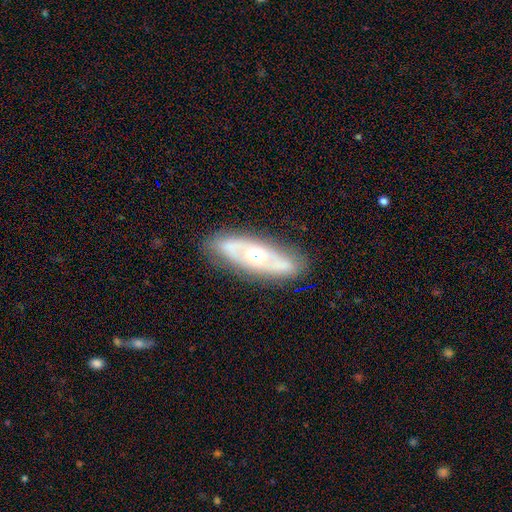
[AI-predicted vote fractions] smooth-or-featured: featured or disk: 69% | smooth: 25% | star or artifact: 6%
  disk-edge-on: no: 78% | yes: 22%
    bar: no: 82% | weak: 13% | strong: 5%
    has-spiral-arms: no: 63% | yes: 37%
    bulge-size: moderate: 66% | large: 21% | small: 9% | dominant: 2% | none: 1%
  merging: none: 80% | minor disturbance: 14% | major disturbance: 4% | merger: 2%